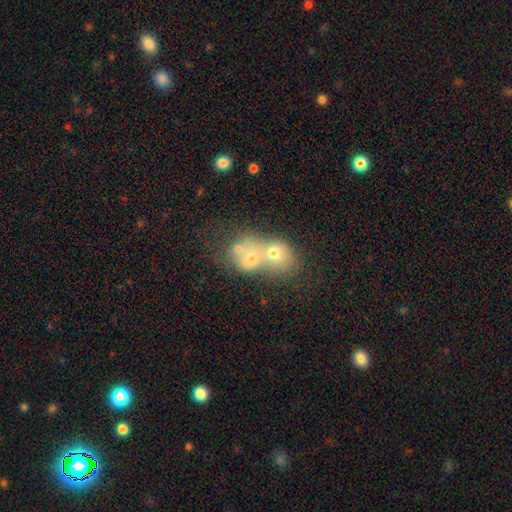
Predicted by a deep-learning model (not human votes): Morphology: type=smooth (50%); merging=merger (71%).